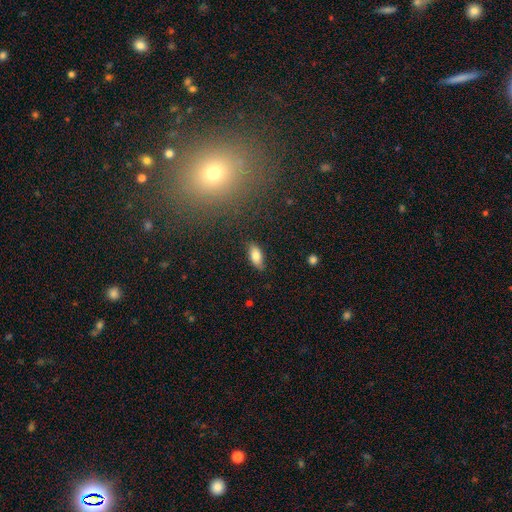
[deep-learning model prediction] Q: Smooth or featured?
A: smooth (81%); runner-up: featured or disk (11%)
Q: How rounded?
A: in between (87%); runner-up: cigar-shaped (10%)
Q: Merging?
A: none (84%); runner-up: minor disturbance (12%)